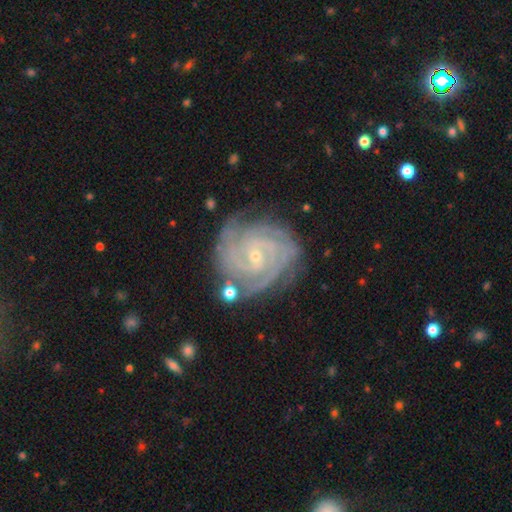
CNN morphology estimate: smooth-or-featured: featured or disk: 91% | star or artifact: 5% | smooth: 4%
  disk-edge-on: no: 98% | yes: 2%
    bar: no: 63% | weak: 28% | strong: 9%
    has-spiral-arms: yes: 98% | no: 2%
      spiral-winding: tight: 80% | medium: 18% | loose: 2%
      spiral-arm-count: 3: 29% | 4: 23% | 2: 20% | can't tell: 14% | more than 4: 8% | 1: 6%
    bulge-size: small: 82% | moderate: 15% | none: 1% | large: 1% | dominant: 1%
  merging: none: 75% | minor disturbance: 17% | major disturbance: 5% | merger: 3%